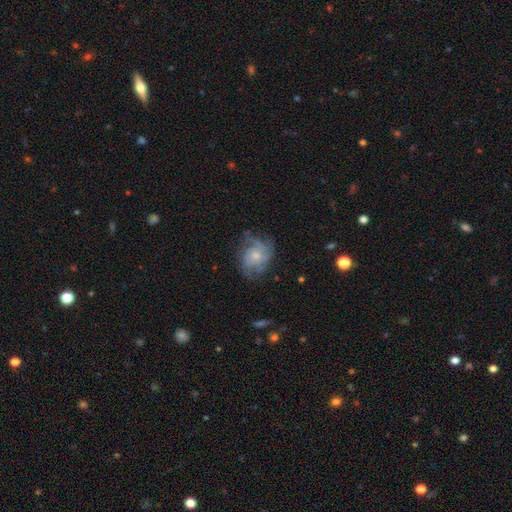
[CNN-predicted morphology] The model was most divided on "spiral winding" (2-way tie): tight: 40%, medium: 40%, loose: 20%. Remaining: edge-on disk — no (98%); spiral arms — yes (90%); bar — no (77%); smooth or featured — featured or disk (72%); merging — none (60%); bulge size — small (59%); spiral arm count — can't tell (31%).